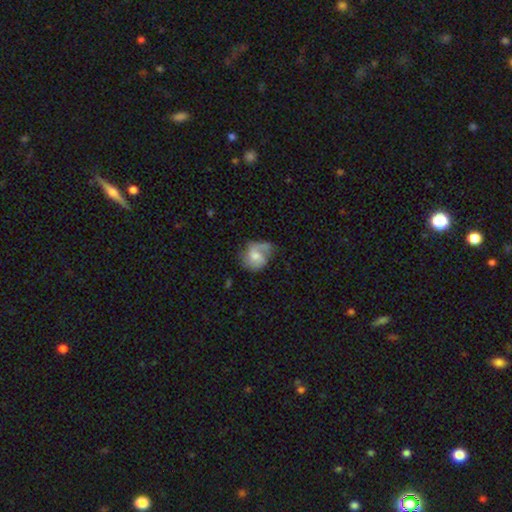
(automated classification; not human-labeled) Smooth or featured? Predicted: featured or disk (p=0.58). Edge-on disk? Predicted: no (p=0.98). Bar? Predicted: no (p=0.54). Spiral arms? Predicted: yes (p=0.86). Bulge size? Predicted: moderate (p=0.50). Merging? Predicted: none (p=0.41).